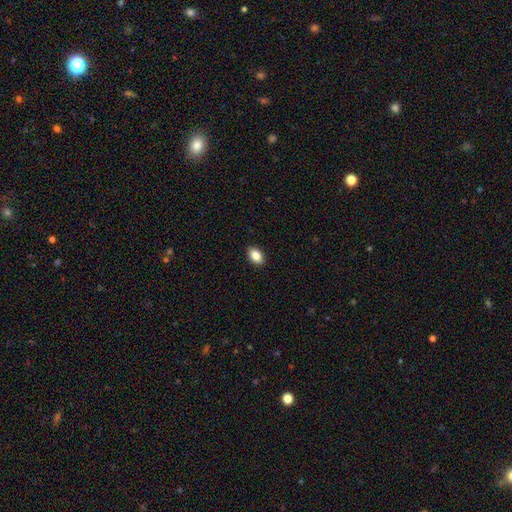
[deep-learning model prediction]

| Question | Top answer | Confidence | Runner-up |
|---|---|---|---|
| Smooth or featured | smooth | 84% | star or artifact (8%) |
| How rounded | in between | 88% | round (10%) |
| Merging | none | 91% | minor disturbance (7%) |